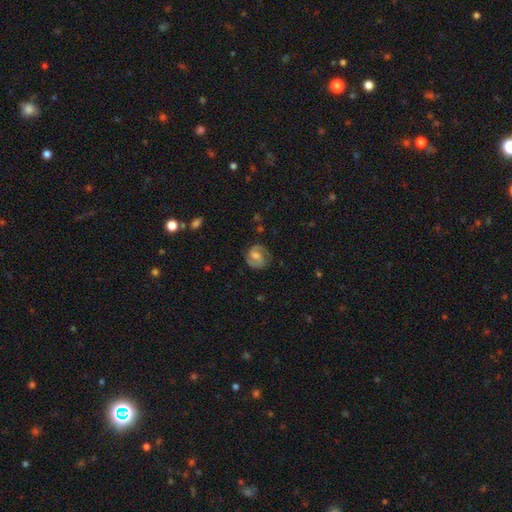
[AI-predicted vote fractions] featured or disk 73%, smooth 20%, star or artifact 7%. Down the decision tree: edge-on disk — no (98%); bar — weak (50%); spiral arms — yes (91%); spiral arm count — 2 (85%); spiral winding — medium (48%); bulge size — moderate (56%); merging — none (77%).